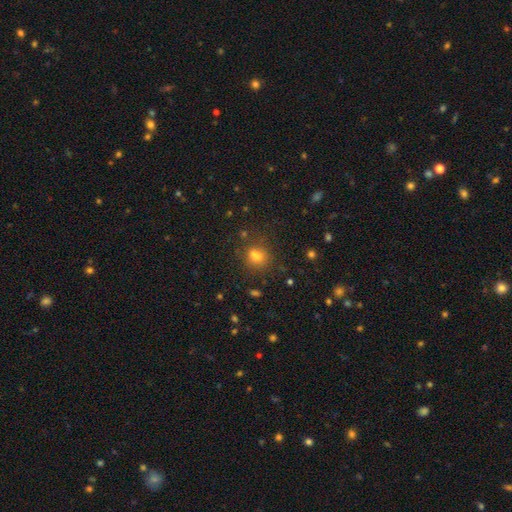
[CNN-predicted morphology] A smooth galaxy with no disk features (72%) that is round (52%).

Vote fractions:
- Smooth or featured? smooth: 72% / star or artifact: 19% / featured or disk: 9%
- How rounded? round: 52% / in between: 45% / cigar-shaped: 3%
- Merging? none: 66% / merger: 14% / minor disturbance: 14% / major disturbance: 6%